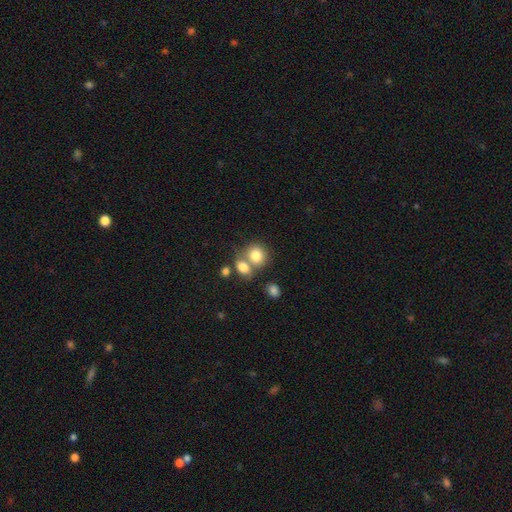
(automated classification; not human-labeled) Smooth or featured?
  - smooth: 80% *
  - featured or disk: 11%
  - star or artifact: 9%
How rounded?
  - round: 68% *
  - in between: 31%
  - cigar-shaped: 1%
Merging?
  - merger: 46% *
  - none: 41%
  - minor disturbance: 9%
  - major disturbance: 4%